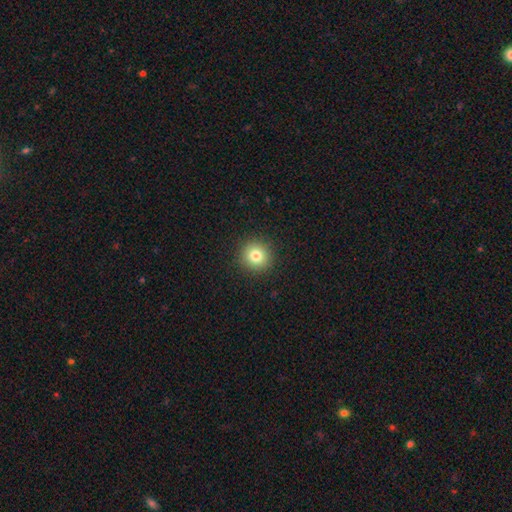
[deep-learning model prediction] smooth 80%, star or artifact 12%, featured or disk 8%. Down the decision tree: how rounded — round (93%); merging — none (92%).